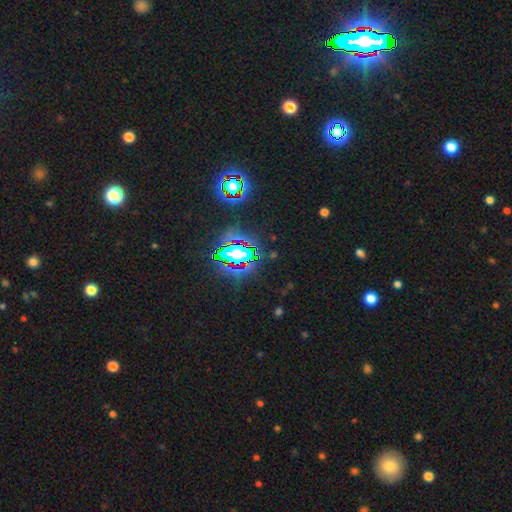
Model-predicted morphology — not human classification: Overall: star or artifact (83%).